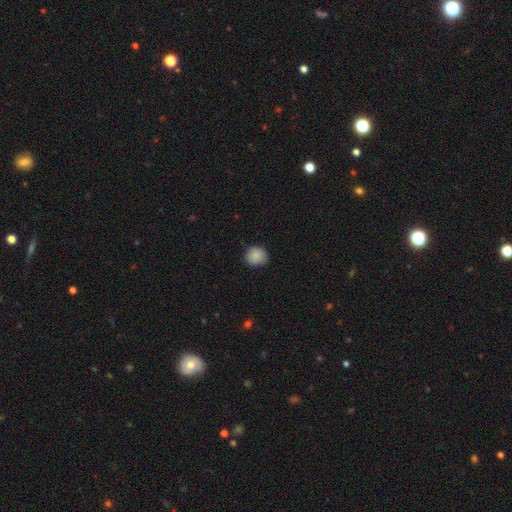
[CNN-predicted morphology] smooth_or_featured: smooth (p=0.87) [alt: star or artifact p=0.08]
how_rounded: round (p=0.83) [alt: in between p=0.16]
merging: none (p=0.85) [alt: minor disturbance p=0.12]